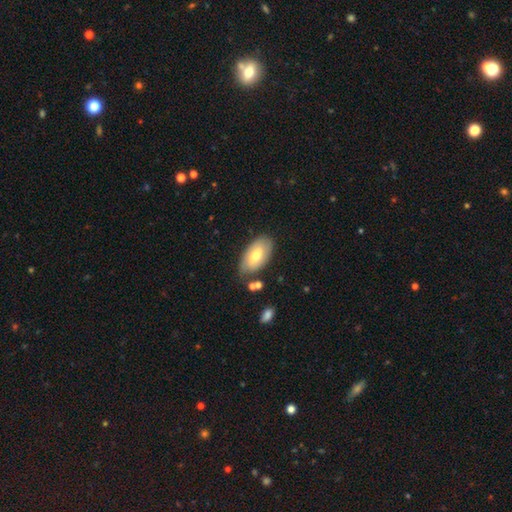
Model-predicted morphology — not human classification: A smooth galaxy with no disk features (64%) that is in between round and cigar-shaped (94%).

Vote fractions:
- Smooth or featured? smooth: 64% / featured or disk: 30% / star or artifact: 6%
- How rounded? in between: 94% / round: 4% / cigar-shaped: 3%
- Merging? none: 75% / minor disturbance: 16% / merger: 5% / major disturbance: 4%